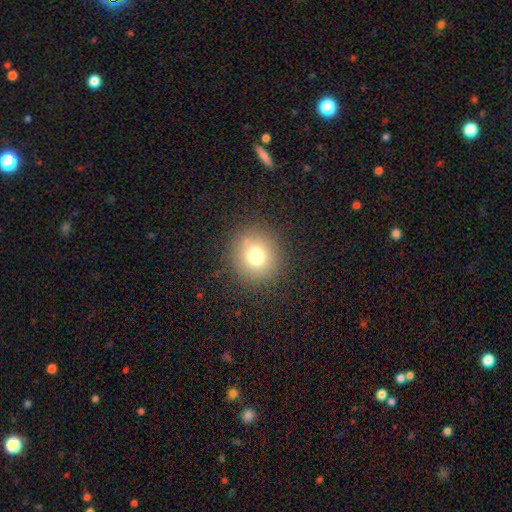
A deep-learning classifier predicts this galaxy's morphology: Smooth or featured? Predicted: smooth (p=0.73). How rounded? Predicted: round (p=0.93). Merging? Predicted: none (p=0.87).